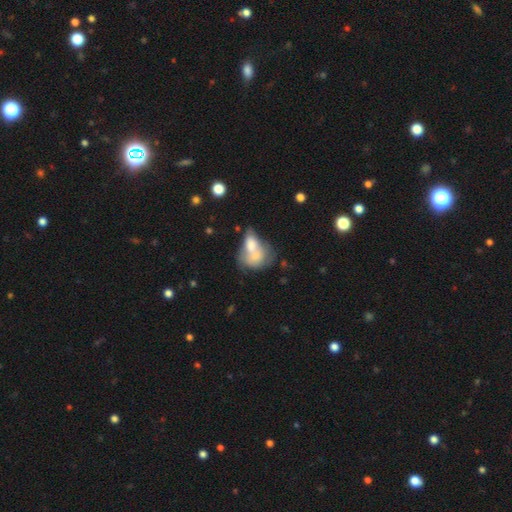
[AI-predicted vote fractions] Q: Smooth or featured?
A: smooth (65%); runner-up: featured or disk (27%)
Q: How rounded?
A: in between (76%); runner-up: round (22%)
Q: Merging?
A: merger (70%); runner-up: none (13%)